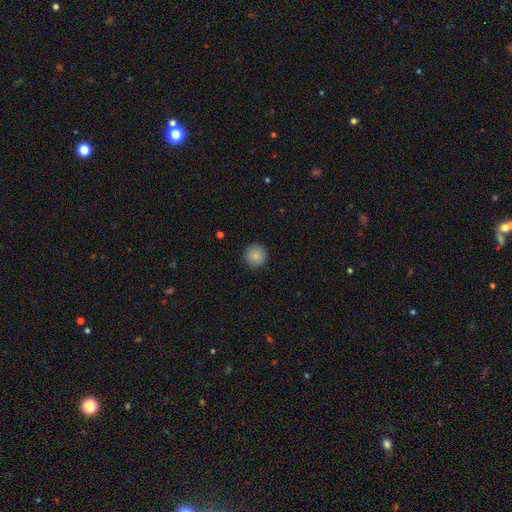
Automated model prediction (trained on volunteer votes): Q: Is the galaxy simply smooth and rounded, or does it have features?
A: smooth — 86%.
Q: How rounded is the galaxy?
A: round — 95%.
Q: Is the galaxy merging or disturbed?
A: none — 91%.